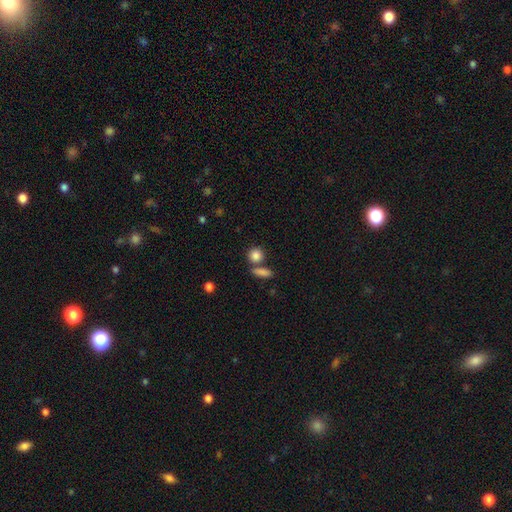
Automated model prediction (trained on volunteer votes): Overall: smooth (85%). How rounded: round (76%). Merging: none (64%).